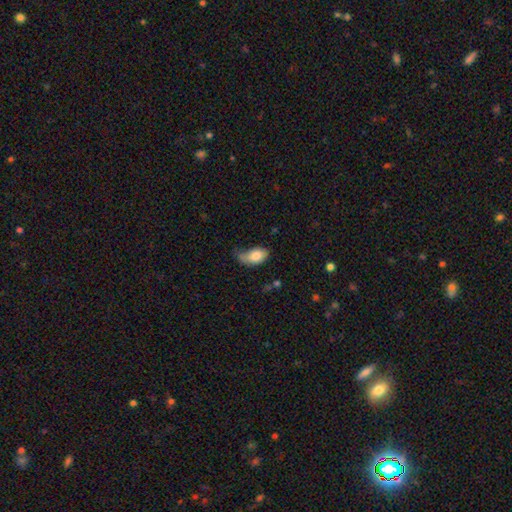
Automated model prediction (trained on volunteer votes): smooth-or-featured: smooth: 80% | featured or disk: 13% | star or artifact: 7%
  how-rounded: in between: 92% | round: 6% | cigar-shaped: 2%
  merging: minor disturbance: 40% | none: 32% | major disturbance: 22% | merger: 6%